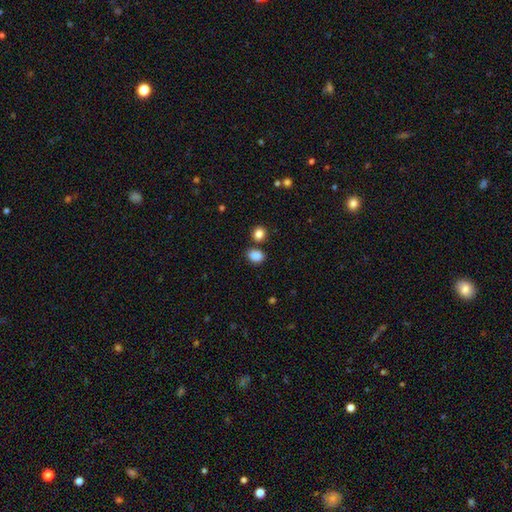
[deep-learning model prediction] This appears to be a smooth galaxy with no disk features (86%) that is in between round and cigar-shaped (61%). Merging: none (72%).